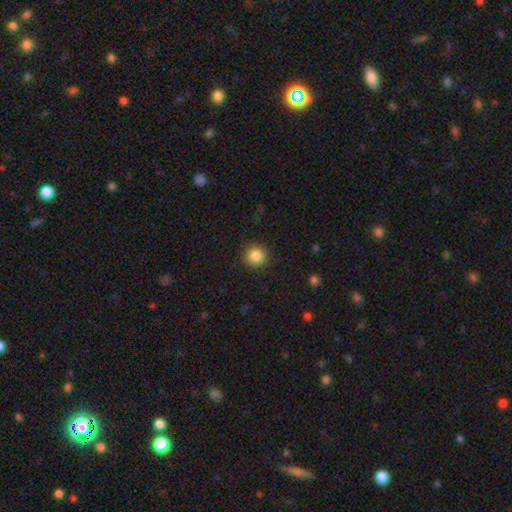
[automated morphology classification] The model was most divided on "smooth or featured": smooth: 85%, star or artifact: 10%, featured or disk: 4%. More confident: how rounded — round (94%); merging — none (91%).